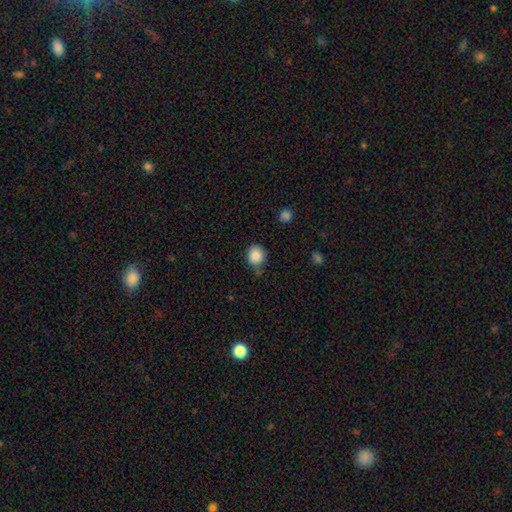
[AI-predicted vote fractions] Smooth or featured? smooth (87%)
How rounded? round (77%)
Merging? none (72%)